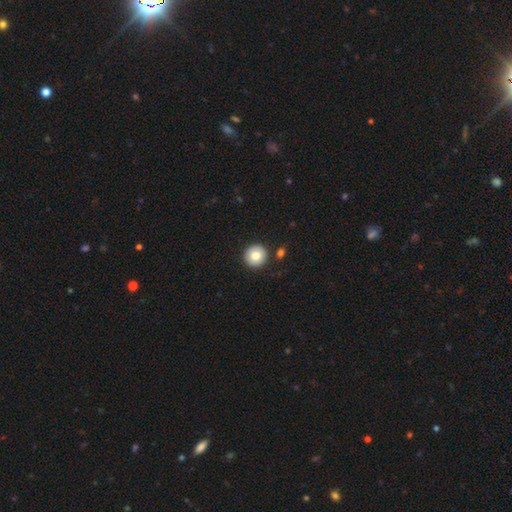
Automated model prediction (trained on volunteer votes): This is likely a smooth galaxy (78%). How rounded: clearly round (95%). Merging: clearly none (89%).